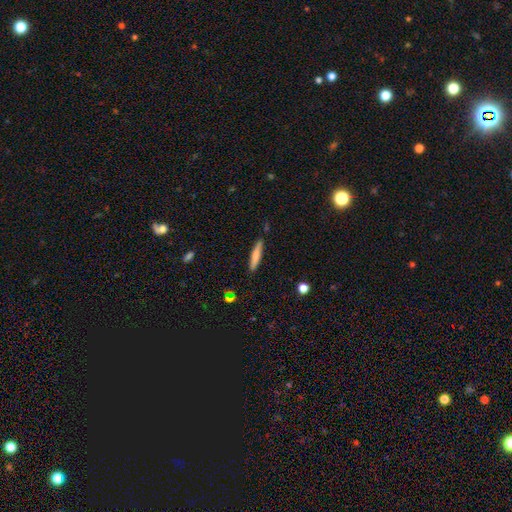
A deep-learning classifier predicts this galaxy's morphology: Smooth or featured?
  - smooth: 72% *
  - featured or disk: 22%
  - star or artifact: 6%
How rounded?
  - cigar-shaped: 91% *
  - in between: 7%
  - round: 1%
Merging?
  - none: 88% *
  - minor disturbance: 9%
  - merger: 2%
  - major disturbance: 2%